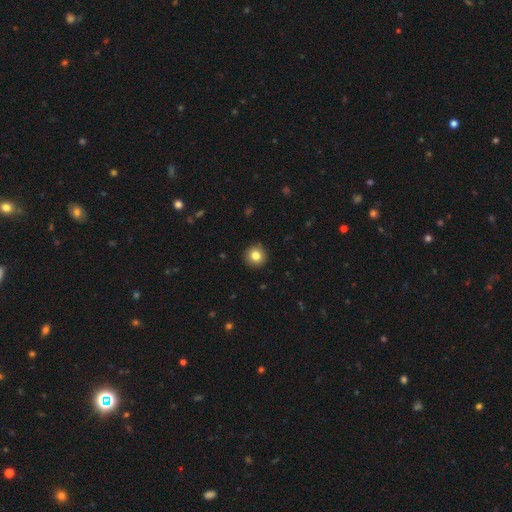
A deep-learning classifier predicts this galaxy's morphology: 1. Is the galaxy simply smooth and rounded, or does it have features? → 83% smooth, 10% star or artifact, 8% featured or disk.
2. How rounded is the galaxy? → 95% round, 4% in between, 1% cigar-shaped.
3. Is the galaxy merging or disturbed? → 93% none, 5% minor disturbance, 2% major disturbance, 1% merger.